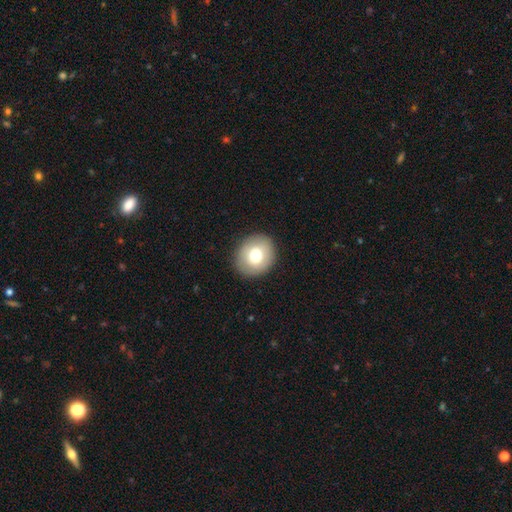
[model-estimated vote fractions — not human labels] smooth_or_featured: smooth (p=0.74) [alt: featured or disk p=0.17]
how_rounded: round (p=0.76) [alt: in between p=0.23]
merging: none (p=0.90) [alt: minor disturbance p=0.07]